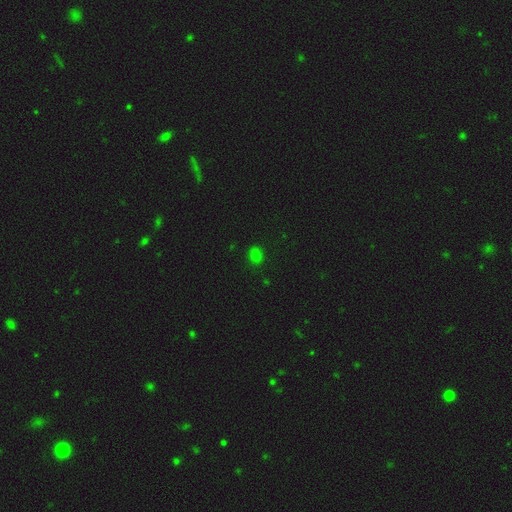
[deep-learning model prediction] Smooth or featured? Predicted: smooth (p=0.73). How rounded? Predicted: round (p=0.51). Merging? Predicted: none (p=0.80).